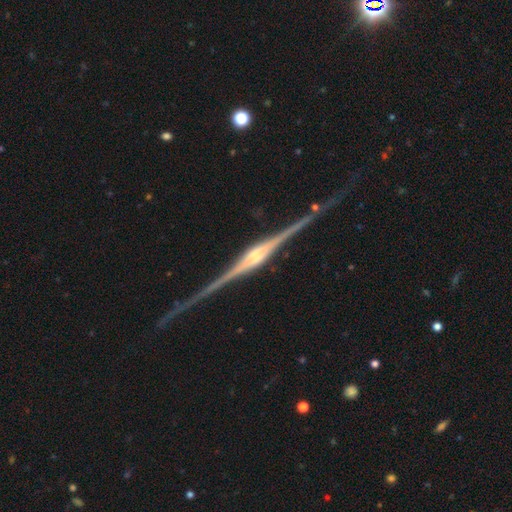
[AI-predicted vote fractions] smooth_or_featured: featured or disk (p=0.91) [alt: smooth p=0.05]
disk_edge_on: yes (p=0.98) [alt: no p=0.02]
edge_on_bulge: rounded (p=0.83) [alt: boxy p=0.13]
merging: none (p=0.85) [alt: minor disturbance p=0.10]